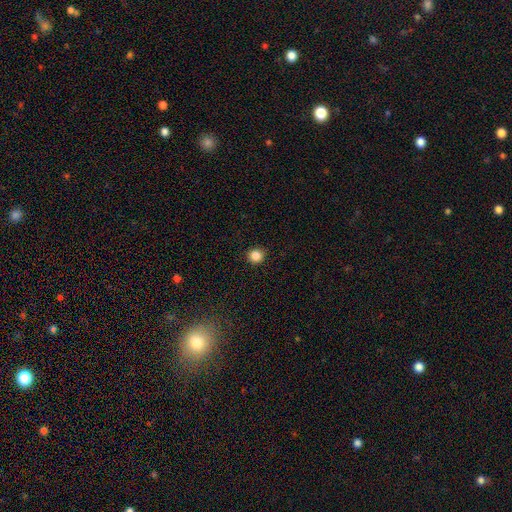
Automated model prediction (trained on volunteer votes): The model was most divided on "smooth or featured": smooth: 86%, star or artifact: 11%, featured or disk: 3%. More confident: how rounded — round (94%); merging — none (92%).